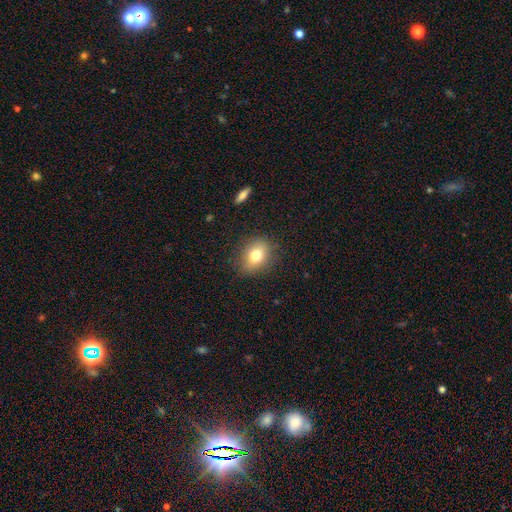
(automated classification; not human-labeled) Morphology: type=smooth (76%); roundness=in between (55%); merging=none (84%).